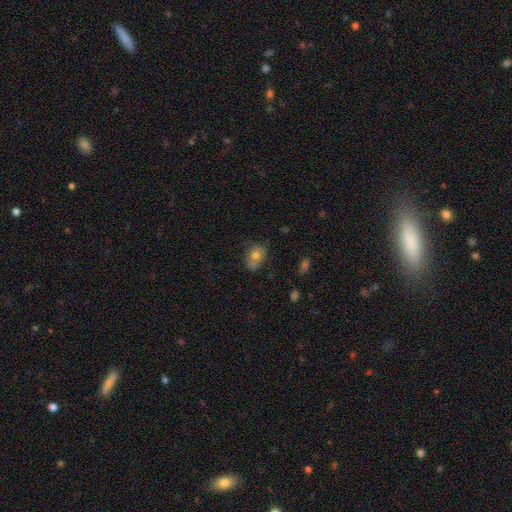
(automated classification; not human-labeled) smooth-or-featured: smooth: 69% | featured or disk: 21% | star or artifact: 10%
  how-rounded: in between: 73% | round: 26% | cigar-shaped: 2%
  merging: none: 63% | minor disturbance: 27% | major disturbance: 7% | merger: 3%